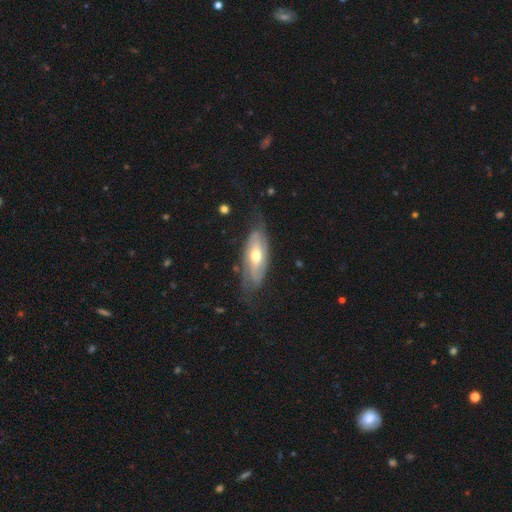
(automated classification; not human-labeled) A featured or disk galaxy (63%).

Vote fractions:
- Smooth or featured? featured or disk: 63% / smooth: 32% / star or artifact: 5%
- Edge-on disk? no: 78% / yes: 22%
- Merging? none: 65% / minor disturbance: 24% / major disturbance: 10% / merger: 2%